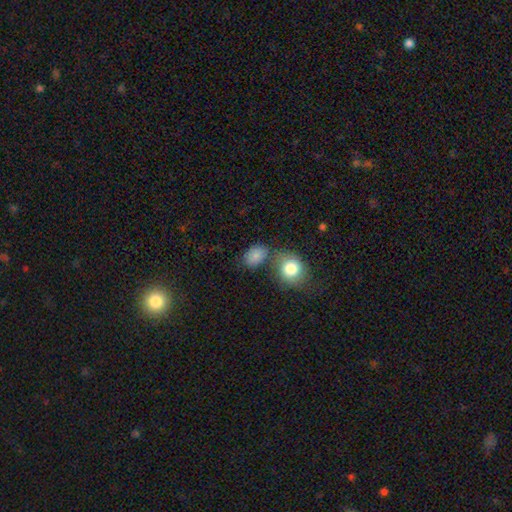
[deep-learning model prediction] This appears to be a smooth galaxy with no disk features (83%) that is in between round and cigar-shaped (69%). Merging: none (51%).